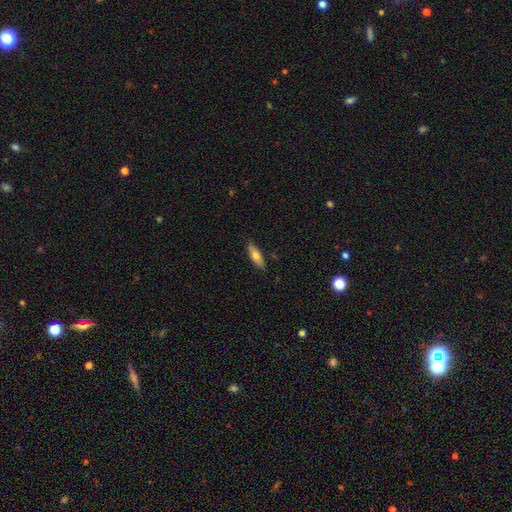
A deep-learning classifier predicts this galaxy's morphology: Q: Smooth or featured?
A: smooth (68%); runner-up: featured or disk (26%)
Q: How rounded?
A: in between (60%); runner-up: cigar-shaped (38%)
Q: Merging?
A: none (86%); runner-up: minor disturbance (11%)